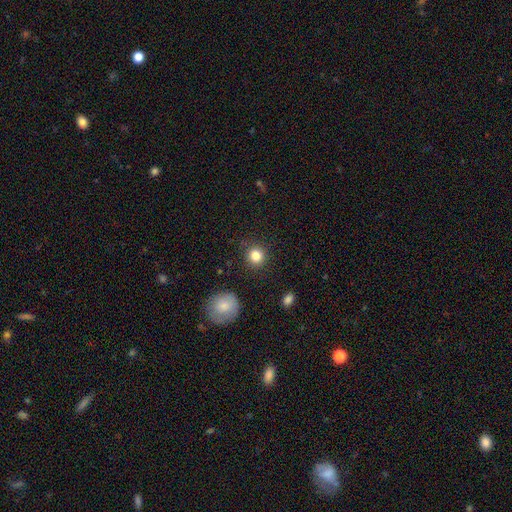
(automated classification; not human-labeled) A smooth galaxy with no disk features (84%) that is round (91%). Merging: none (89%).